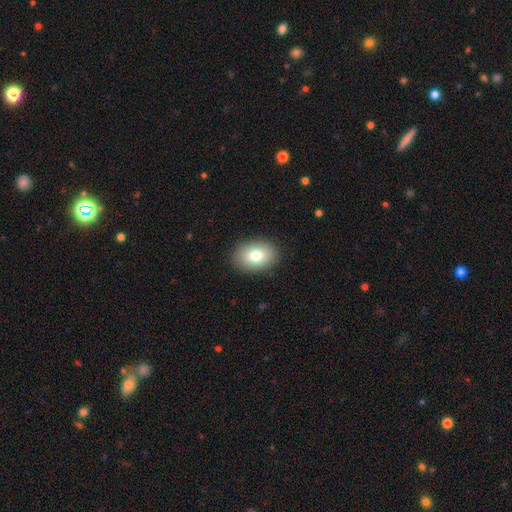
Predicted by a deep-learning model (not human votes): Smooth or featured: smooth — 78% (featured or disk — 14%)
How rounded: in between — 77% (round — 22%)
Merging: none — 88% (minor disturbance — 9%)